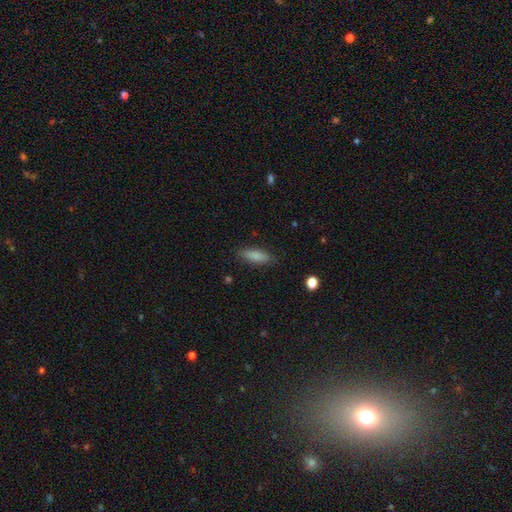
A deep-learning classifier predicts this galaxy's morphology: This is clearly a smooth galaxy (83%). How rounded: possibly in between (56%). Merging: clearly none (84%).